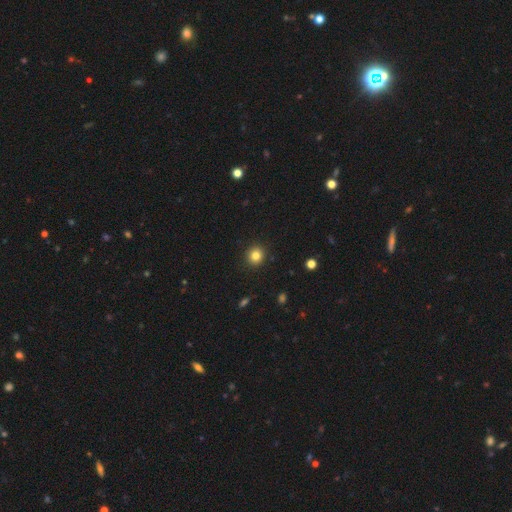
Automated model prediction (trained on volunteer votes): Smooth or featured: smooth — 82% (star or artifact — 12%)
How rounded: round — 91% (in between — 8%)
Merging: none — 92% (minor disturbance — 5%)